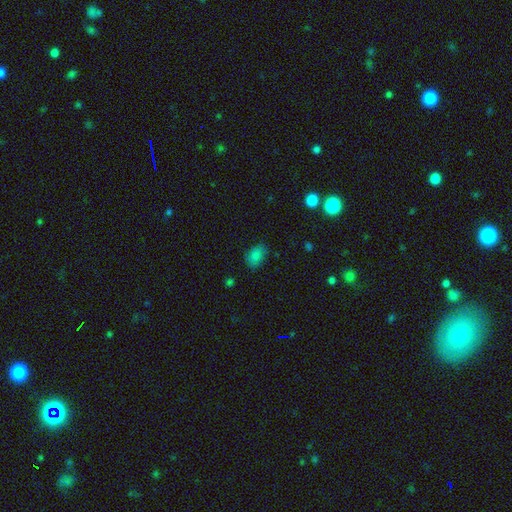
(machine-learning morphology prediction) smooth_or_featured: smooth (p=0.83) [alt: star or artifact p=0.12]
how_rounded: in between (p=0.83) [alt: round p=0.15]
merging: none (p=0.77) [alt: minor disturbance p=0.17]